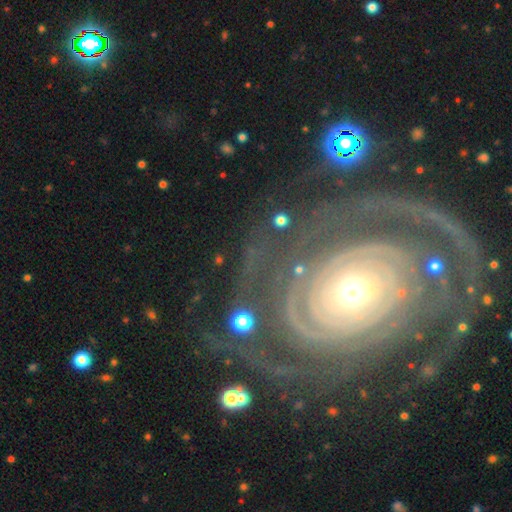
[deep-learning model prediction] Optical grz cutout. It shows a featured or disk galaxy (89%) with no bar (75%), tight (81%) spiral arms (96%) and a moderate central bulge (57%). Merging: none (70%).